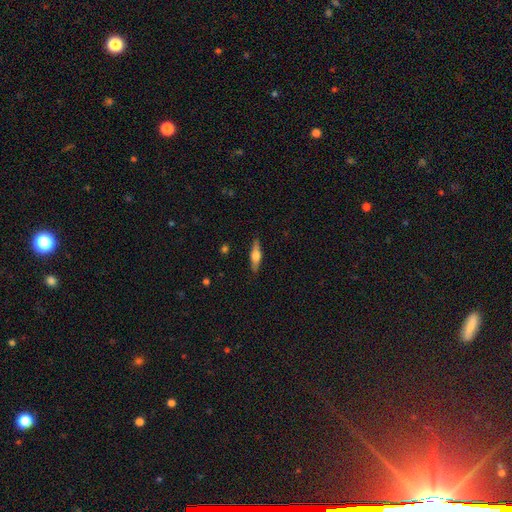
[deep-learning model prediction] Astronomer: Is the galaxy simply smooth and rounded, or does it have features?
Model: featured or disk — 52% (runner-up: smooth, 42%).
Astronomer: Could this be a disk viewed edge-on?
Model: yes — 94%.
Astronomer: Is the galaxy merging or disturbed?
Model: none — 87%.